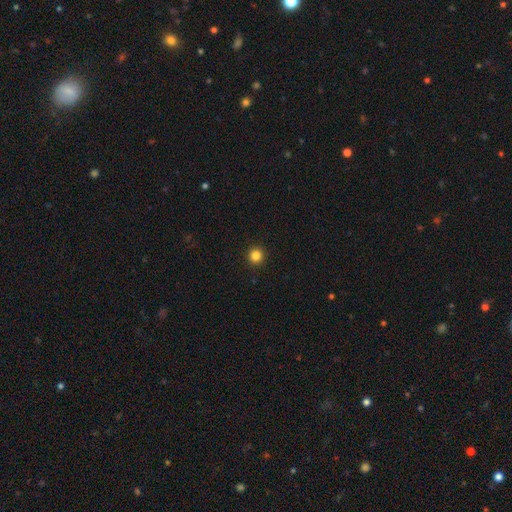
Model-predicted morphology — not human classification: This appears to be a smooth galaxy with no disk features (84%) that is round (96%). Merging: none (94%).